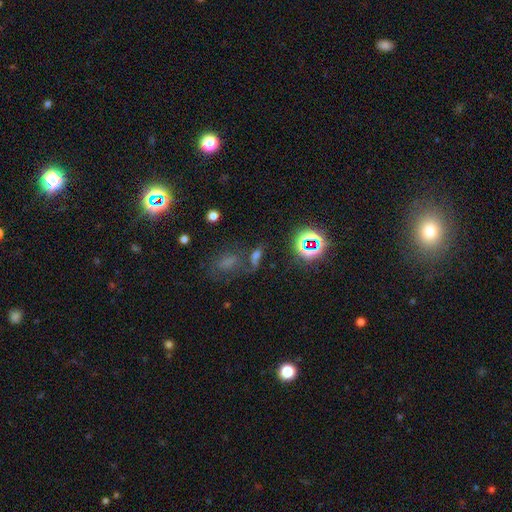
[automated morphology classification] Q: Smooth or featured?
A: smooth (48%); runner-up: star or artifact (36%)
Q: Merging?
A: none (55%); runner-up: merger (18%)